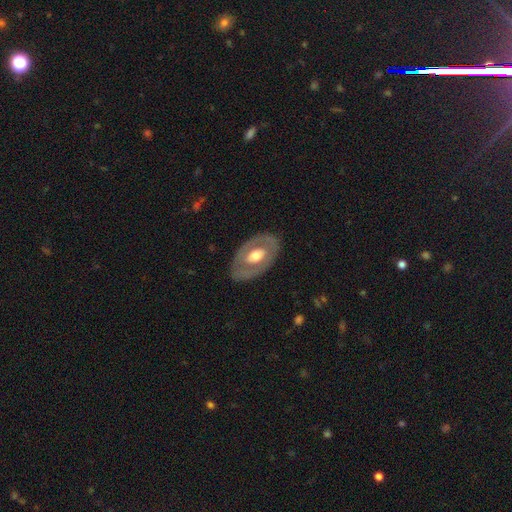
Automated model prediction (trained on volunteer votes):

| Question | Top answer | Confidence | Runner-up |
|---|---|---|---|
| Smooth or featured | featured or disk | 58% | smooth (38%) |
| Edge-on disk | no | 90% | yes (10%) |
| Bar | no | 69% | weak (21%) |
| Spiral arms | no | 82% | yes (18%) |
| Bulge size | moderate | 64% | large (25%) |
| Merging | none | 81% | minor disturbance (13%) |